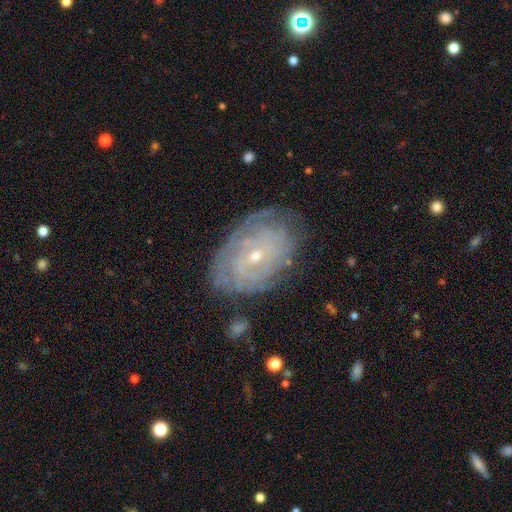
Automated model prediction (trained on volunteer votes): Smooth or featured: featured or disk — 80% (smooth — 13%)
Edge-on disk: no — 95% (yes — 5%)
Bar: no — 57% (weak — 34%)
Spiral arms: yes — 90% (no — 10%)
Spiral winding: tight — 79% (medium — 16%)
Spiral arm count: can't tell — 49% (4 — 13%)
Bulge size: small — 67% (moderate — 30%)
Merging: none — 76% (minor disturbance — 17%)